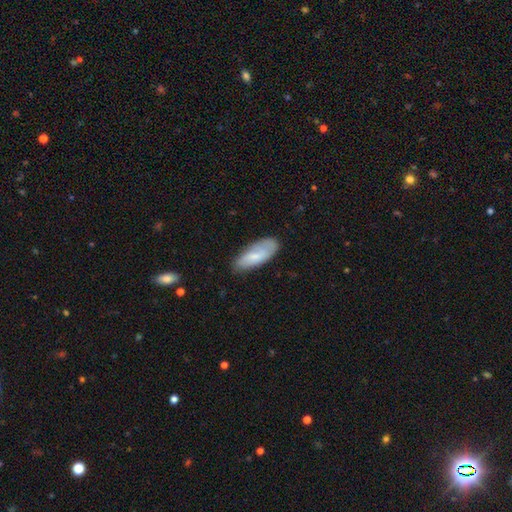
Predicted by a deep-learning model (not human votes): This appears to be a smooth galaxy with no disk features (68%) that is in between round and cigar-shaped (75%). Merging: none (73%).